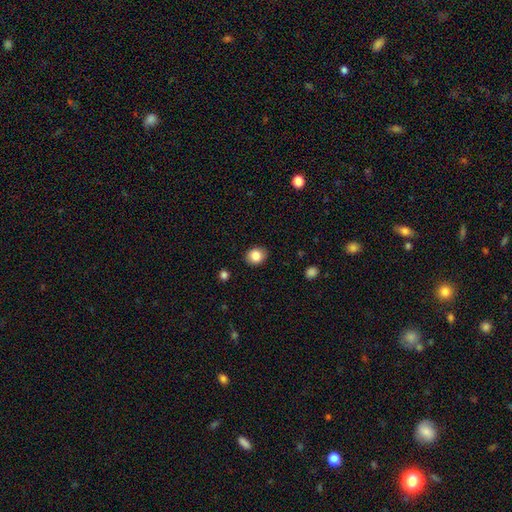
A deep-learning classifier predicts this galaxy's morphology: smooth_or_featured: smooth (p=0.85) [alt: star or artifact p=0.09]
how_rounded: round (p=0.57) [alt: in between p=0.42]
merging: none (p=0.88) [alt: minor disturbance p=0.09]